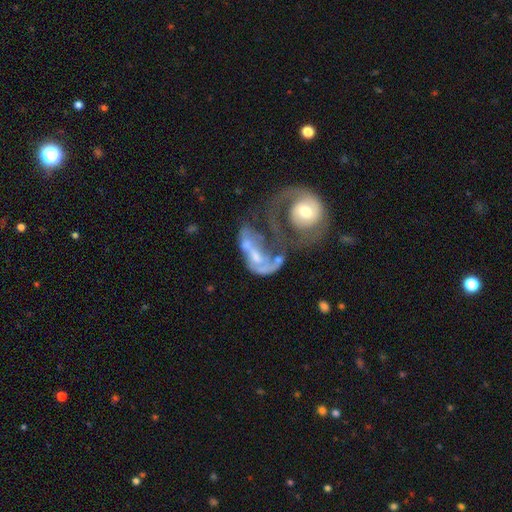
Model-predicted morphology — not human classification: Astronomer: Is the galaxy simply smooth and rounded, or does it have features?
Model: featured or disk — 67%.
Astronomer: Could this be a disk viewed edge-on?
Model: no — 96%.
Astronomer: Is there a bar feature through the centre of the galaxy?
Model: no — 70%.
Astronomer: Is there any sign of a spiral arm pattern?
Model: yes — 50%, tied with no at 50%.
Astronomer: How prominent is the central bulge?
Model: moderate — 49% (runner-up: small, 30%).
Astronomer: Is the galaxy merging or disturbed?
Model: merger — 58%.